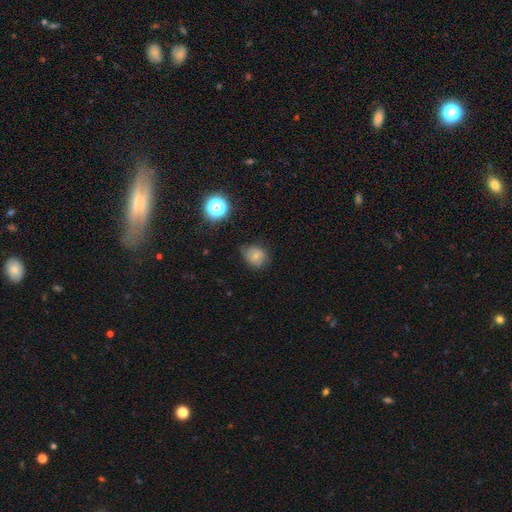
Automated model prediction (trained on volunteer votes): Smooth or featured? smooth (73%)
How rounded? round (69%)
Merging? none (62%)